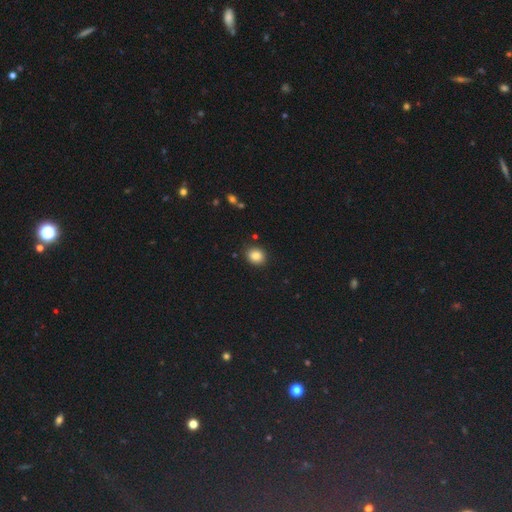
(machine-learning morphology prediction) A smooth galaxy with no disk features (85%) that is round (66%). Merging: none (87%).